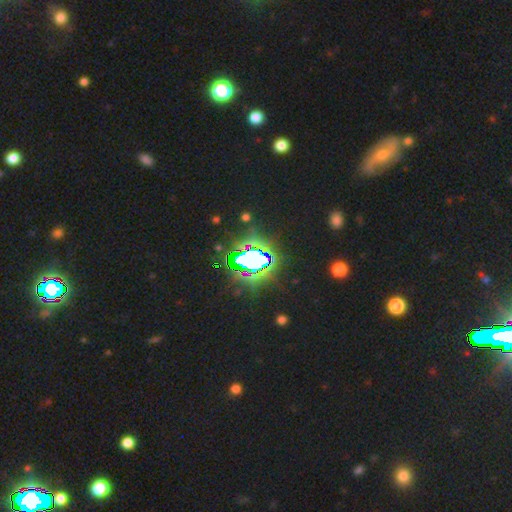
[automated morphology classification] This is clearly a star or artifact rather than a galaxy (80%).